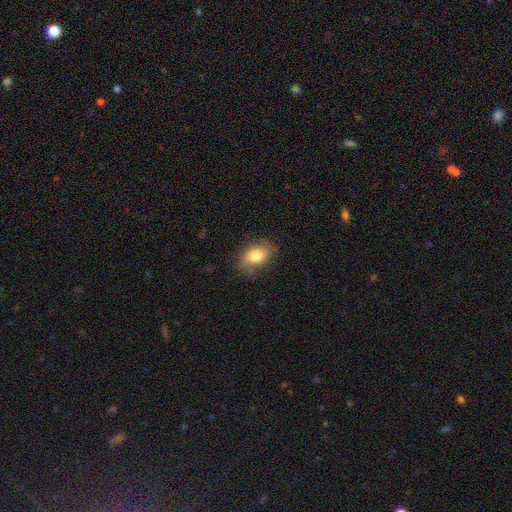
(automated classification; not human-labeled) Smooth or featured: smooth — 79% (featured or disk — 13%)
How rounded: in between — 80% (round — 19%)
Merging: none — 68% (minor disturbance — 24%)